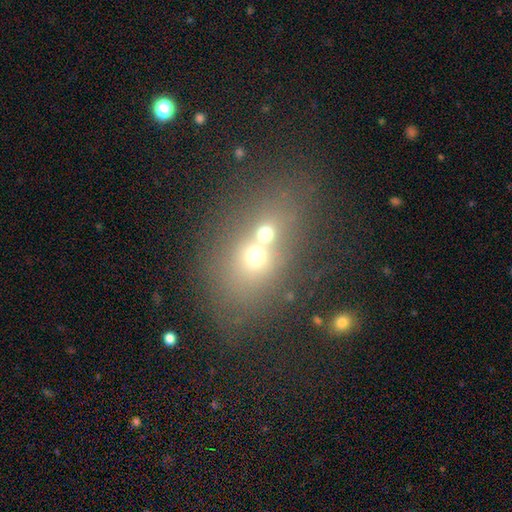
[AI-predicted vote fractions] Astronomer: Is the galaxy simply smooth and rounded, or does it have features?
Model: smooth — 54%.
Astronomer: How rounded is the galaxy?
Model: round — 50% (runner-up: in between, 48%).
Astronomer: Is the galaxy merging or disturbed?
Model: merger — 63%.